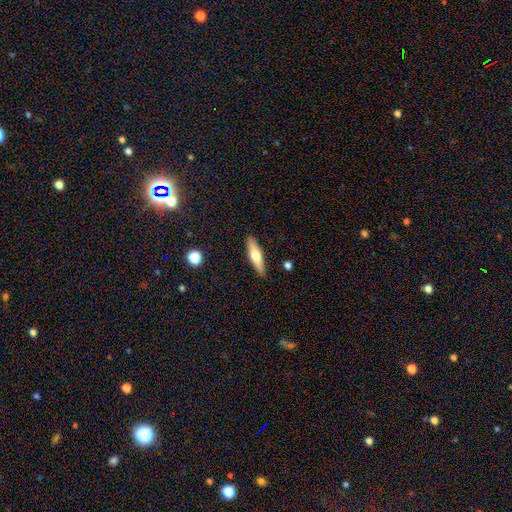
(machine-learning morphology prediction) This appears to be a smooth galaxy with no disk features (59%) that is cigar-shaped (68%). Merging: none (89%).